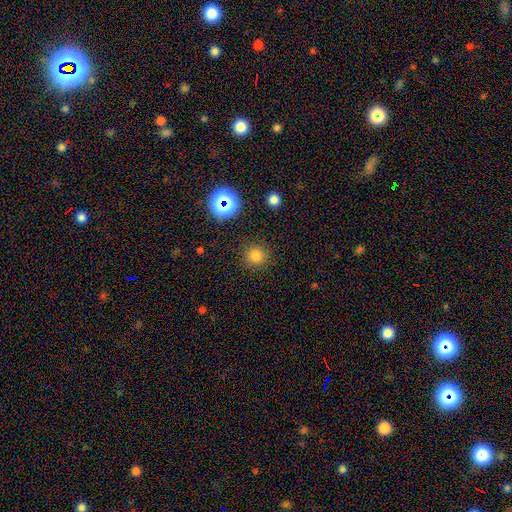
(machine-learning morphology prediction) This is likely a smooth galaxy (77%). How rounded: clearly round (93%). Merging: clearly none (88%).